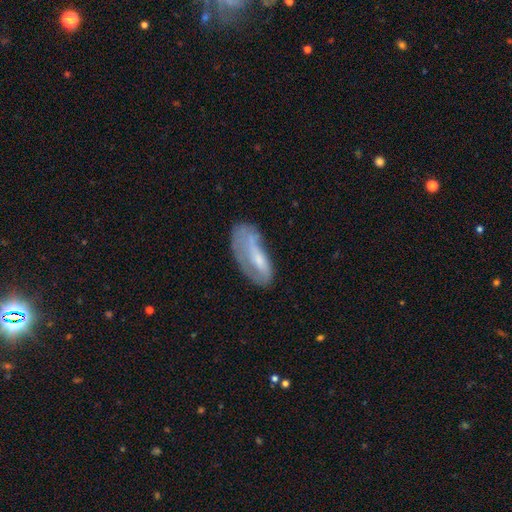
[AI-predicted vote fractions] The model was most divided on "smooth or featured" (2-way tie): featured or disk: 46%, smooth: 46%, star or artifact: 8%. Remaining: merging — none (41%).